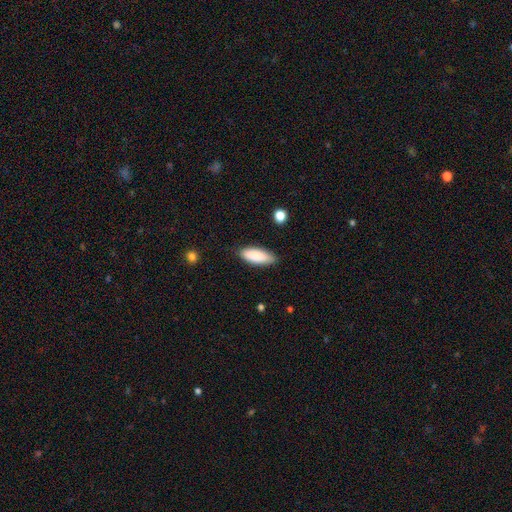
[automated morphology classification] The model was most divided on "how rounded": in between: 74%, cigar-shaped: 24%, round: 2%. More confident: smooth or featured — smooth (87%); merging — none (83%).